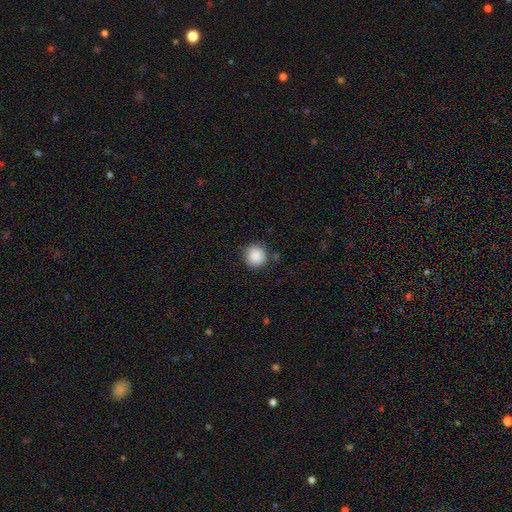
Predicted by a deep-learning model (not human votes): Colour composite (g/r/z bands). It shows a smooth galaxy with no disk features (88%) that is round (93%). Merging: none (84%).